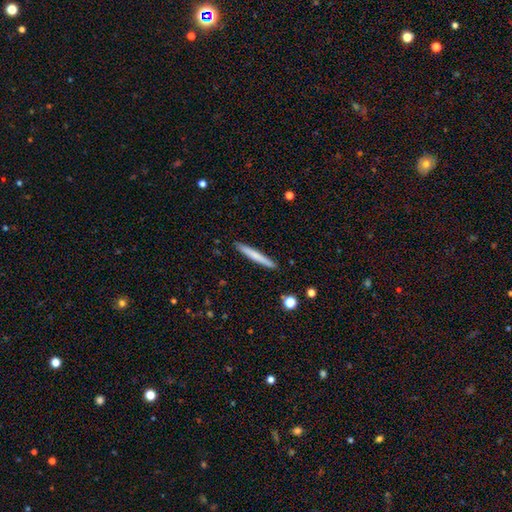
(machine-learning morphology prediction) type=smooth (68%); roundness=cigar-shaped (97%); merging=none (92%).